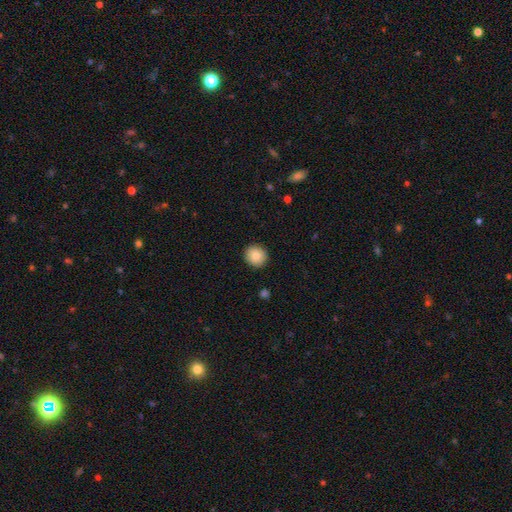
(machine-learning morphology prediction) smooth-or-featured: smooth: 86% | star or artifact: 8% | featured or disk: 6%
  how-rounded: round: 89% | in between: 10% | cigar-shaped: 1%
  merging: none: 91% | minor disturbance: 6% | major disturbance: 2% | merger: 1%